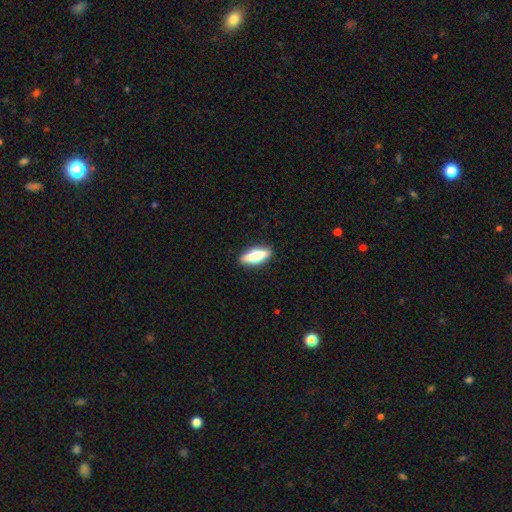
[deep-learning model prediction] smooth 66%, featured or disk 28%, star or artifact 6%. Down the decision tree: how rounded — in between (53%); merging — none (89%).